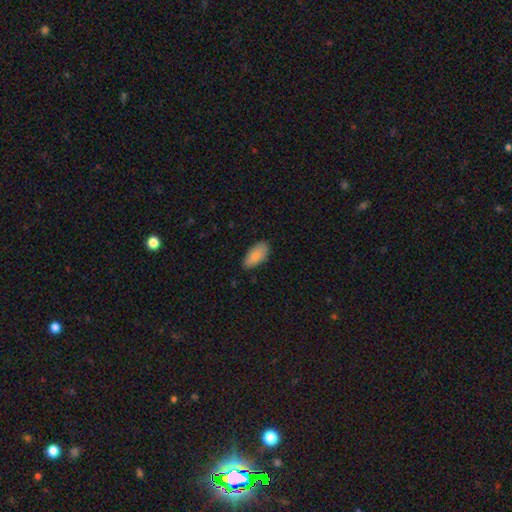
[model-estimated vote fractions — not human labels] Smooth or featured? smooth (84%)
How rounded? in between (93%)
Merging? none (81%)